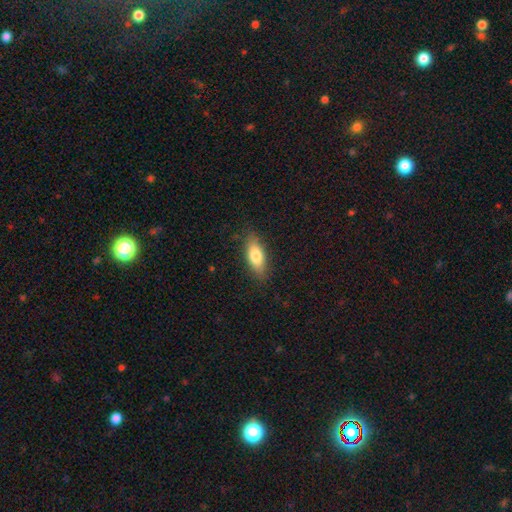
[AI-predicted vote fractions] This appears to be a smooth galaxy with no disk features (78%) that is in between round and cigar-shaped (77%). Merging: none (83%).